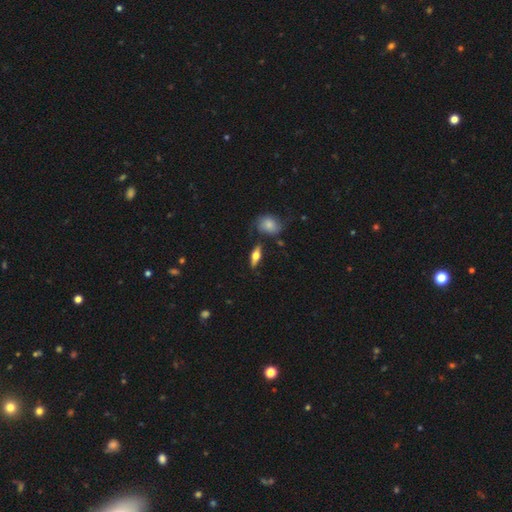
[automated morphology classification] The model was most divided on "smooth or featured": featured or disk: 48%, smooth: 45%, star or artifact: 7%. More confident: merging — none (77%).